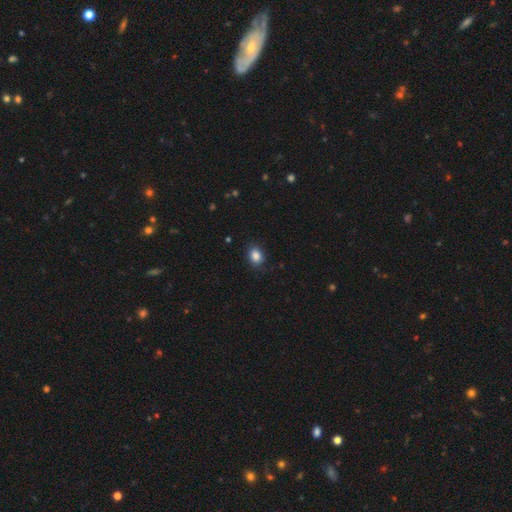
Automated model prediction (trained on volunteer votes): Overall: smooth (86%). How rounded: in between (59%; round 40%). Merging: none (85%).